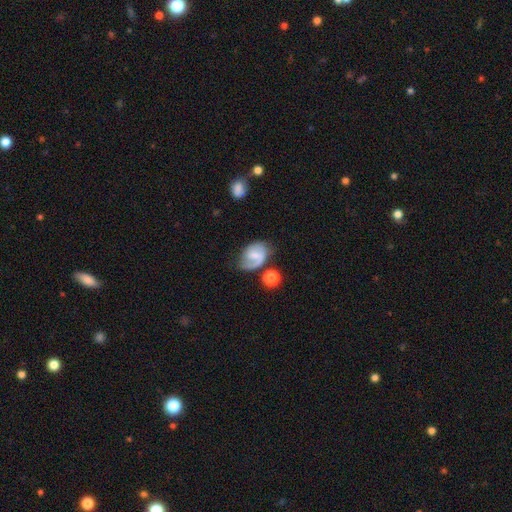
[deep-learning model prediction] Smooth or featured? featured or disk (57%)
Edge-on disk? no (97%)
Bar? weak (49%)
Spiral arms? yes (85%)
Bulge size? small (44%)
Merging? none (50%)